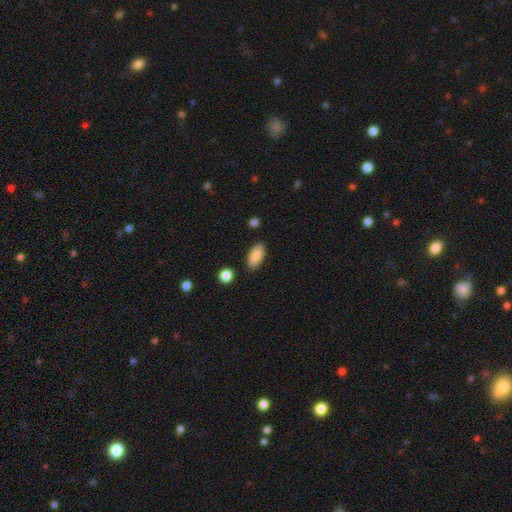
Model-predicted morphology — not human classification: This is clearly a smooth galaxy (88%). How rounded: clearly in between (88%). Merging: clearly none (86%).